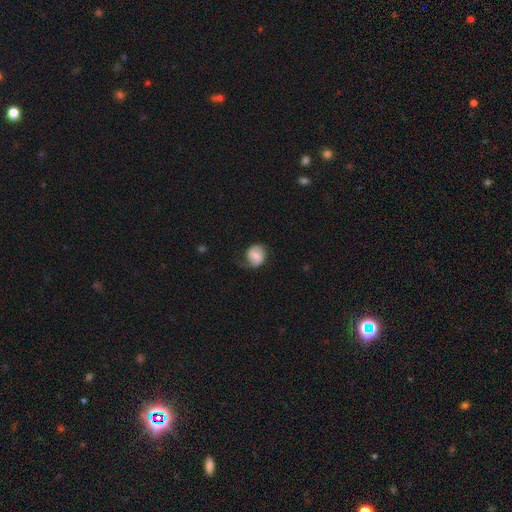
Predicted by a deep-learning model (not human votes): This appears to be a smooth galaxy with no disk features (54%) that is round (60%). Merging: none (46%).